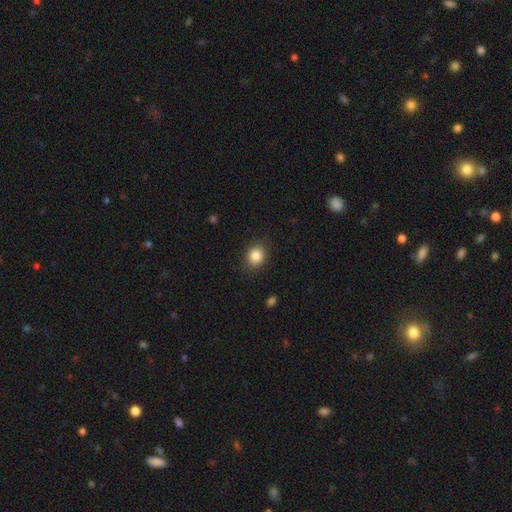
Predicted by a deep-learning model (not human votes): Smooth or featured: smooth — 85% (star or artifact — 10%)
How rounded: round — 72% (in between — 27%)
Merging: none — 87% (minor disturbance — 9%)